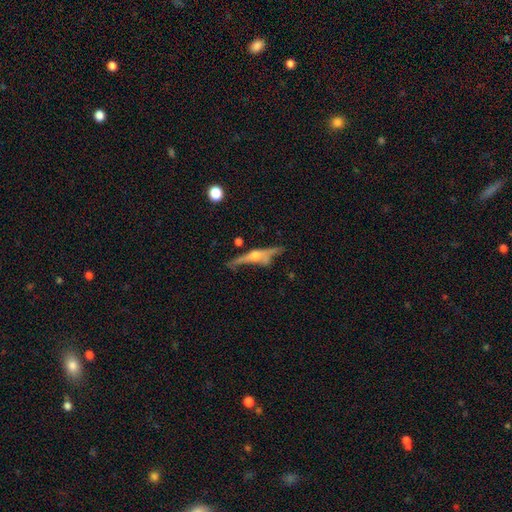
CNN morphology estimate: type=featured or disk (71%); edge-on=yes (88%); edge-on bulge=rounded (87%); merging=none (54%).